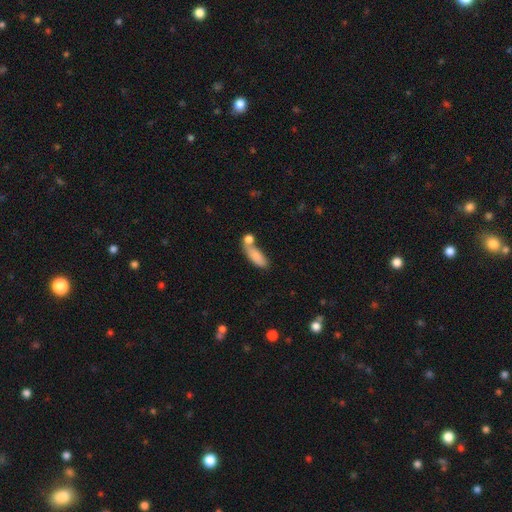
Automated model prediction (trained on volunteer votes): Smooth or featured?
  - smooth: 82% *
  - featured or disk: 11%
  - star or artifact: 8%
How rounded?
  - in between: 66% *
  - cigar-shaped: 30%
  - round: 4%
Merging?
  - none: 39% *
  - merger: 37%
  - minor disturbance: 16%
  - major disturbance: 9%